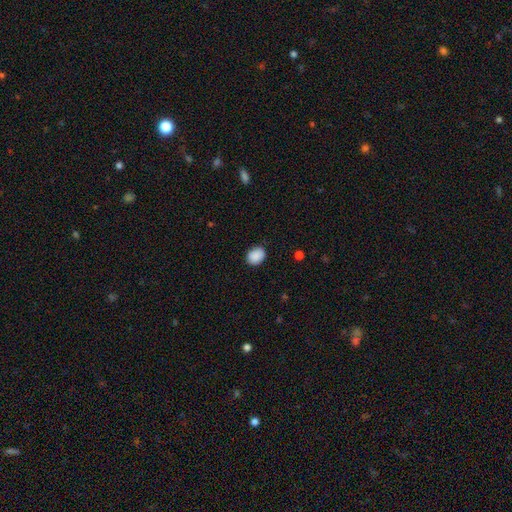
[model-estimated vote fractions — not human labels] smooth 89%, star or artifact 8%, featured or disk 3%. Down the decision tree: how rounded — in between (56%); merging — none (85%).